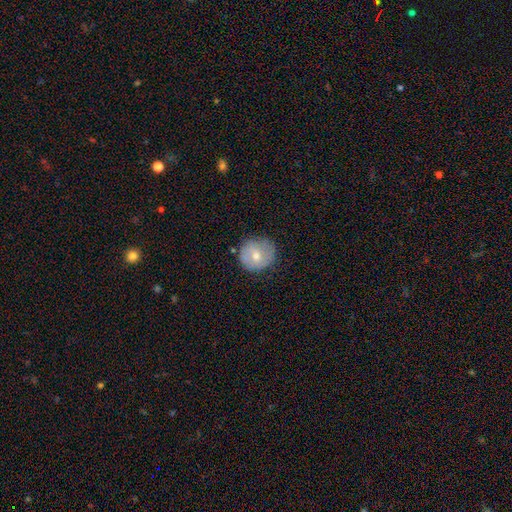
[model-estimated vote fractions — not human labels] Smooth or featured? smooth (65%)
How rounded? round (91%)
Merging? none (73%)